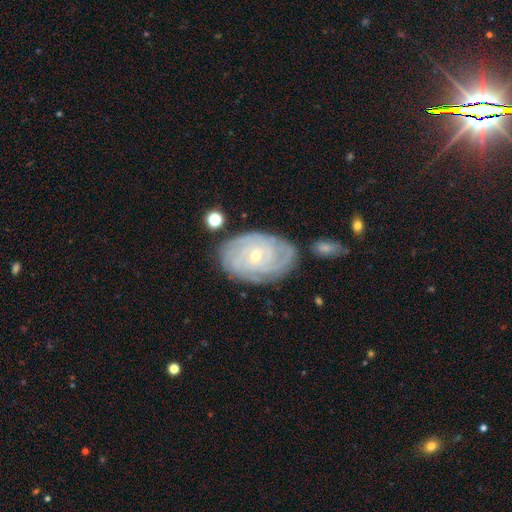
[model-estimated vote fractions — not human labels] This is clearly a featured or disk galaxy (85%). It is clearly not viewed edge-on (96%). Bar: likely no (69%). Spiral arm pattern: clearly yes (96%). Spiral arm count: marginally can't tell (29%). Spiral winding: likely tight (80%). Central bulge: likely small (69%). Merging: likely none (78%).